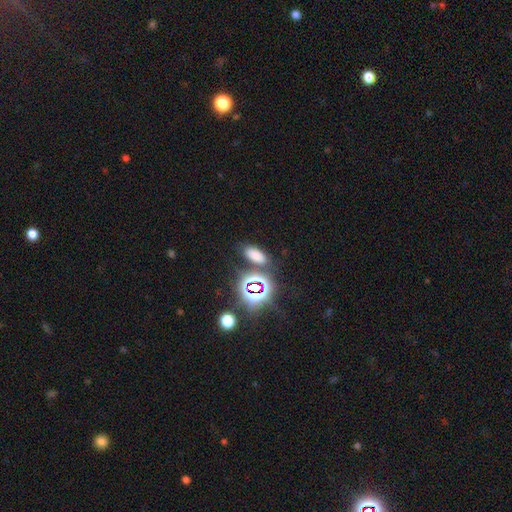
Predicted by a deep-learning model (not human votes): Smooth or featured? Predicted: smooth (p=0.63). How rounded? Predicted: in between (p=0.81). Merging? Predicted: none (p=0.79).